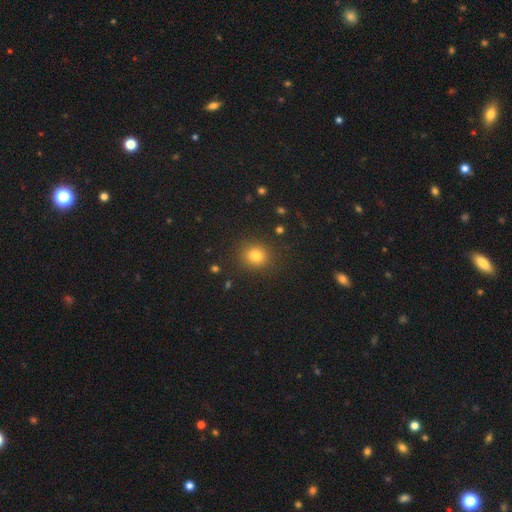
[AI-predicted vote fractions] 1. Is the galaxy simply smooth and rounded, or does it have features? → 79% smooth, 14% star or artifact, 6% featured or disk.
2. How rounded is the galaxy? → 86% round, 13% in between, 1% cigar-shaped.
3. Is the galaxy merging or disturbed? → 89% none, 7% minor disturbance, 3% major disturbance, 2% merger.